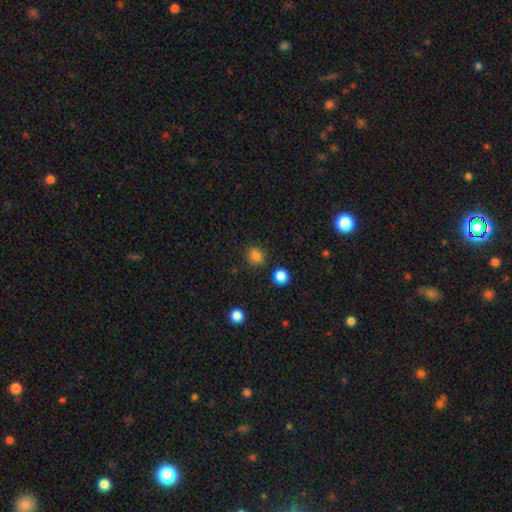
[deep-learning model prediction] Q: Smooth or featured?
A: smooth (83%); runner-up: star or artifact (13%)
Q: How rounded?
A: round (83%); runner-up: in between (16%)
Q: Merging?
A: none (86%); runner-up: minor disturbance (8%)